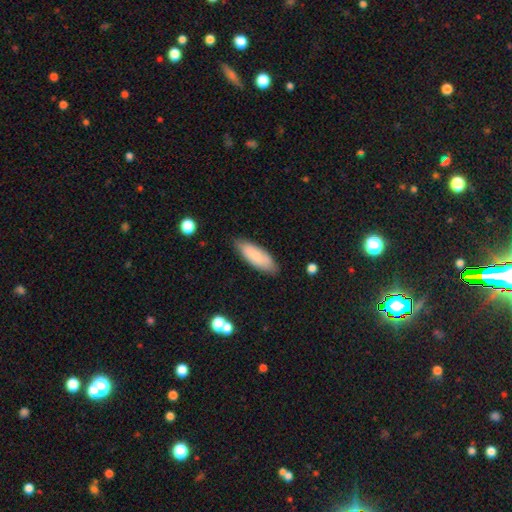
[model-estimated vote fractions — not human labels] Q: Smooth or featured?
A: smooth (81%); runner-up: featured or disk (13%)
Q: How rounded?
A: in between (62%); runner-up: cigar-shaped (36%)
Q: Merging?
A: none (83%); runner-up: minor disturbance (13%)